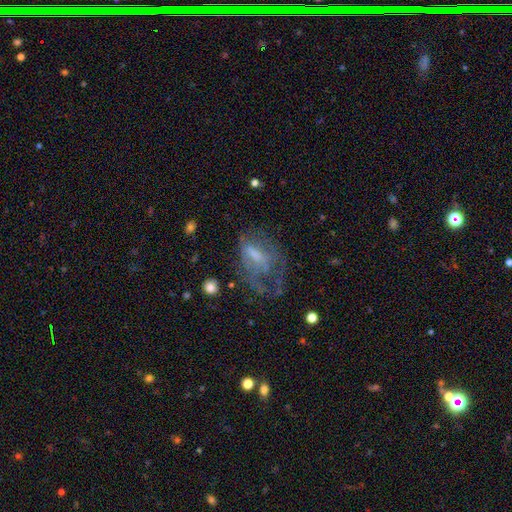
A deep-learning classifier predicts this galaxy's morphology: type=featured or disk (53%); edge-on=no (94%); bar=no (49%); spiral arms=no (67%); bulge=none (32%); merging=major disturbance (48%).